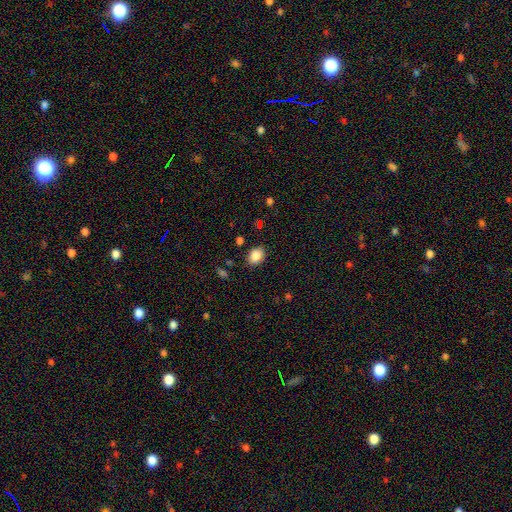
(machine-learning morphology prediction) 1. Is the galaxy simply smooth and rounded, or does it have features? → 86% smooth, 9% star or artifact, 6% featured or disk.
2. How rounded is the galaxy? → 68% in between, 31% round, 1% cigar-shaped.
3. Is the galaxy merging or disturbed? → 85% none, 10% minor disturbance, 3% major disturbance, 2% merger.